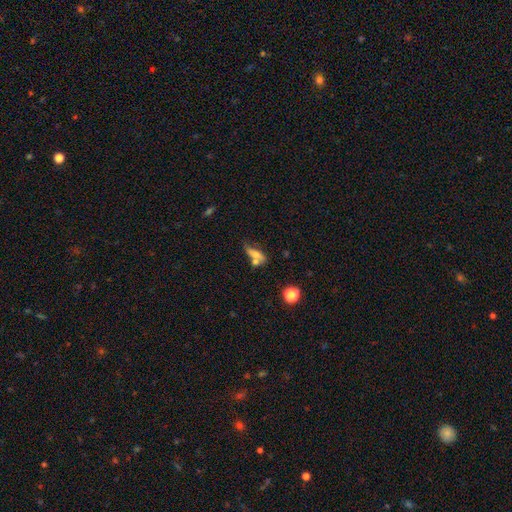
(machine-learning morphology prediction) A smooth galaxy with no disk features (56%) that is in between round and cigar-shaped (56%).

Vote fractions:
- Smooth or featured? smooth: 56% / featured or disk: 31% / star or artifact: 13%
- How rounded? in between: 56% / cigar-shaped: 34% / round: 10%
- Merging? merger: 39% / none: 34% / minor disturbance: 15% / major disturbance: 13%